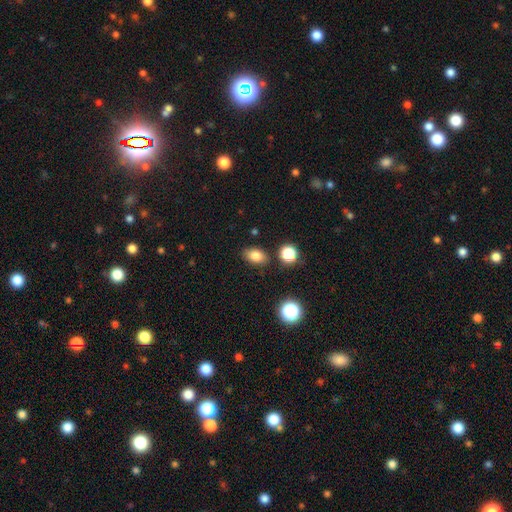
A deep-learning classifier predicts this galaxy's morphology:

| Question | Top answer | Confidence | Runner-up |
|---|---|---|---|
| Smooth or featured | smooth | 82% | star or artifact (11%) |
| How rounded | in between | 81% | round (17%) |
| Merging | none | 84% | minor disturbance (10%) |